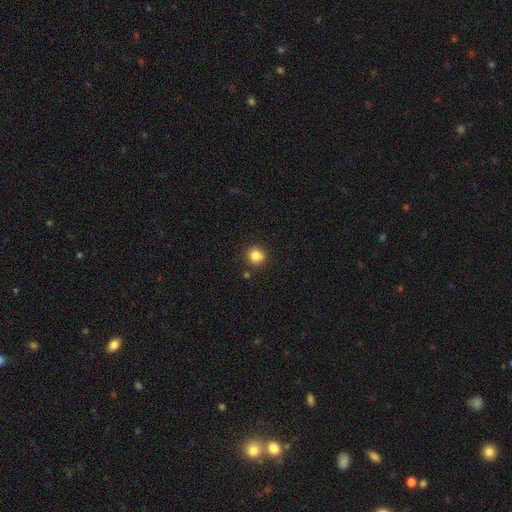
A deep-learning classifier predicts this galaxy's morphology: type=smooth (84%); roundness=round (91%); merging=none (87%).